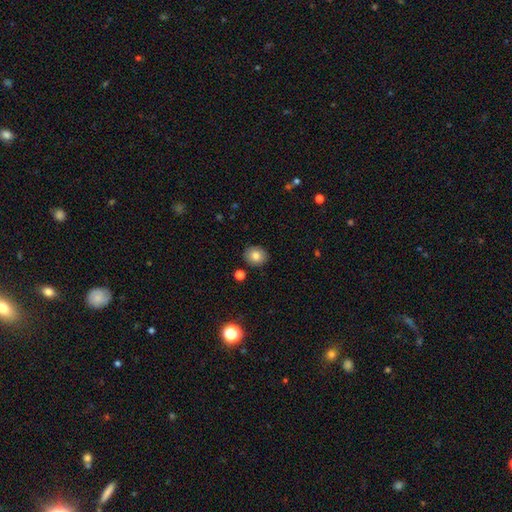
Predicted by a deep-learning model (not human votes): Morphology: type=smooth (81%); roundness=round (72%); merging=none (88%).